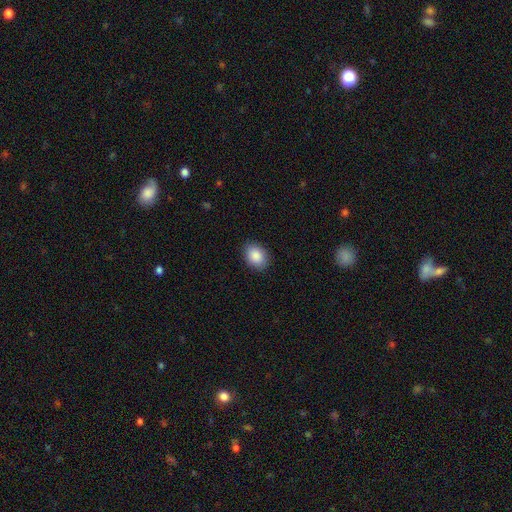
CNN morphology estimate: Smooth or featured? Predicted: smooth (p=0.88). How rounded? Predicted: in between (p=0.68). Merging? Predicted: none (p=0.88).